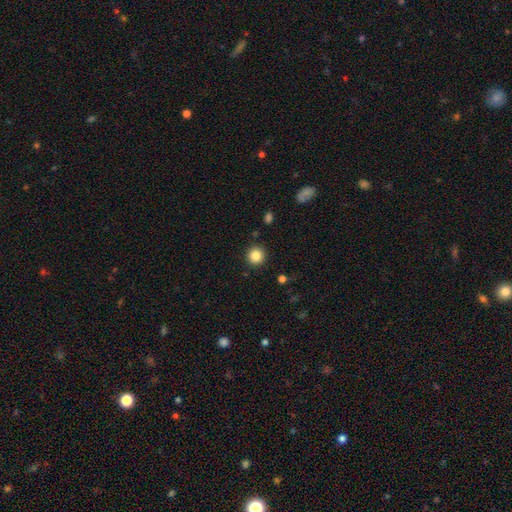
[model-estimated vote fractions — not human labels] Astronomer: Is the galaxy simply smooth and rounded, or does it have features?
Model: smooth — 85%.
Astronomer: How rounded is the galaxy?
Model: round — 94%.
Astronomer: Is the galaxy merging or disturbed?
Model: none — 91%.